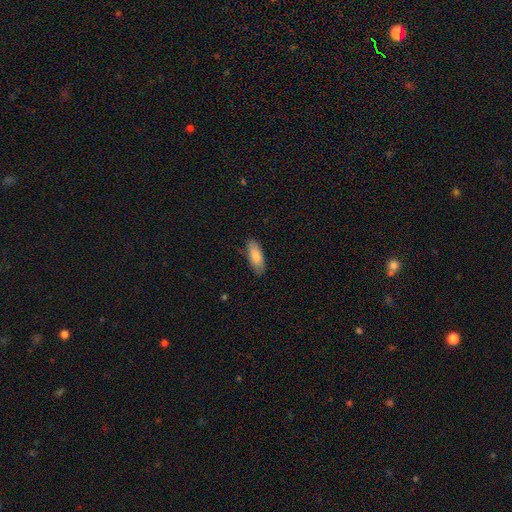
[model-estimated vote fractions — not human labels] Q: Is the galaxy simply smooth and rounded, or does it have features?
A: smooth — 83%.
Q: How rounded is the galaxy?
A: in between — 74%.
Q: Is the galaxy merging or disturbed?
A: none — 83%.